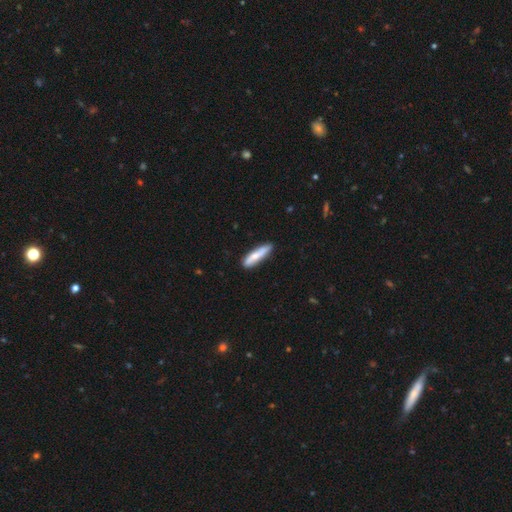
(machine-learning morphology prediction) This is likely a smooth galaxy (64%). How rounded: clearly cigar-shaped (82%). Merging: clearly none (84%).